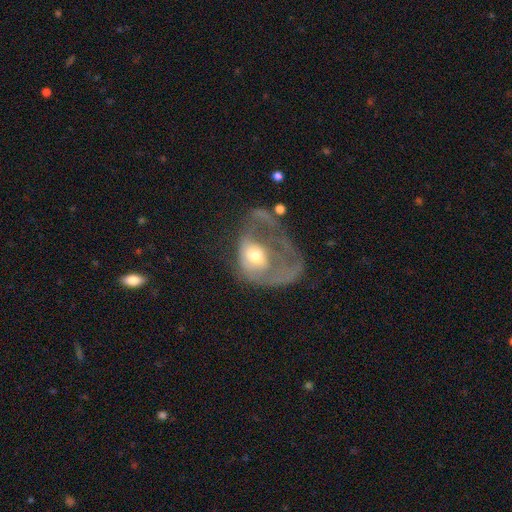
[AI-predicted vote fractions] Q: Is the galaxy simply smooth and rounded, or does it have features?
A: featured or disk — 58%.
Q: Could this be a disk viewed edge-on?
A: no — 96%.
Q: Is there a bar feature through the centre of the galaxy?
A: no — 76%.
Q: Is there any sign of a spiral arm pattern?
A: no — 61%.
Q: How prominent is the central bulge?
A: moderate — 62%.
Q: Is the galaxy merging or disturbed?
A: major disturbance — 66%.